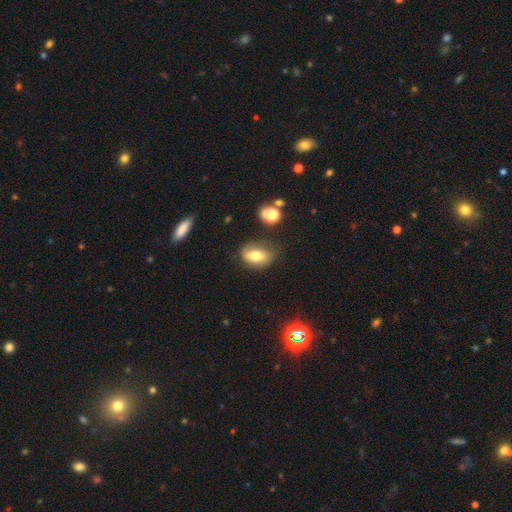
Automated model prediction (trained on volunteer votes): Overall: smooth (69%). How rounded: in between (82%). Merging: none (64%; minor disturbance 25%).